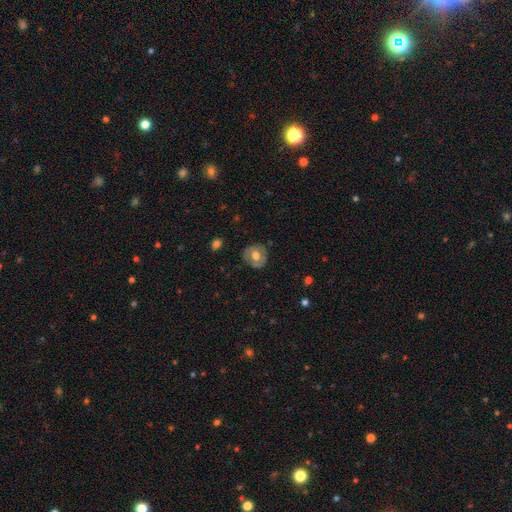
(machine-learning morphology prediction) smooth-or-featured: smooth: 49% | featured or disk: 44% | star or artifact: 7%
  merging: none: 79% | minor disturbance: 16% | major disturbance: 4% | merger: 1%